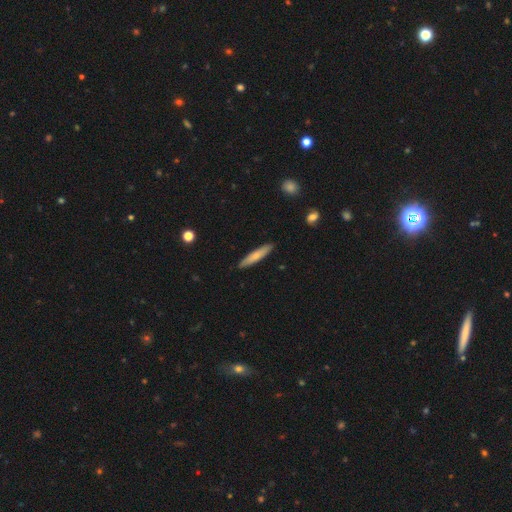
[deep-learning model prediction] Smooth or featured?
  - smooth: 71% *
  - featured or disk: 23%
  - star or artifact: 5%
How rounded?
  - cigar-shaped: 88% *
  - in between: 10%
  - round: 1%
Merging?
  - none: 89% *
  - minor disturbance: 9%
  - major disturbance: 1%
  - merger: 1%